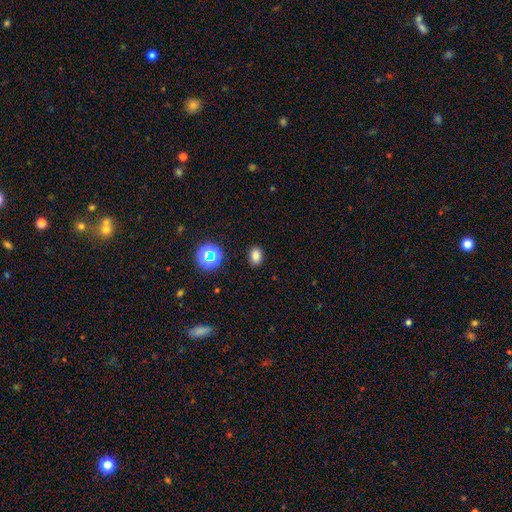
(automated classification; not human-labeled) A smooth galaxy with no disk features (79%) that is in between round and cigar-shaped (67%). Merging: none (88%).